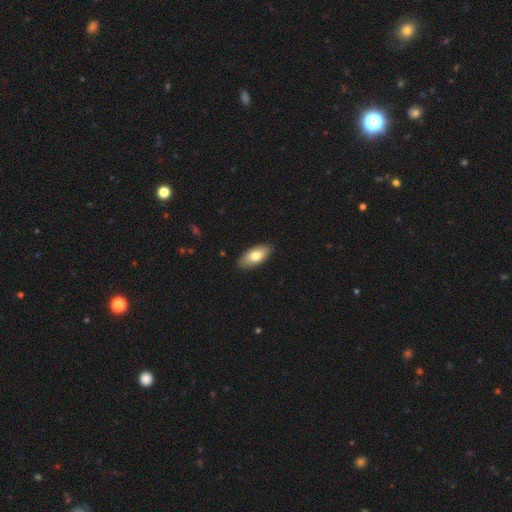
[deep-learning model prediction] Q: Smooth or featured?
A: smooth (77%); runner-up: featured or disk (17%)
Q: How rounded?
A: in between (89%); runner-up: cigar-shaped (8%)
Q: Merging?
A: none (89%); runner-up: minor disturbance (9%)